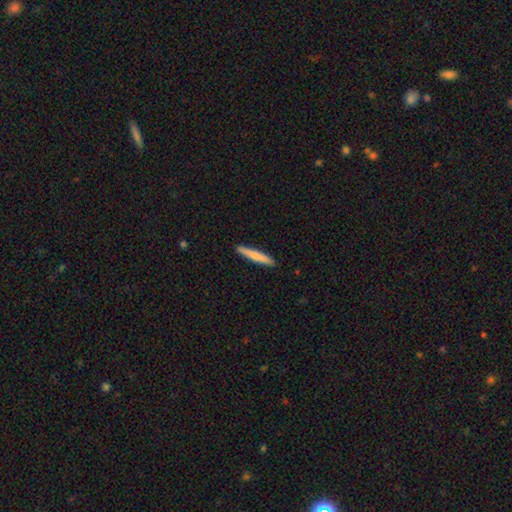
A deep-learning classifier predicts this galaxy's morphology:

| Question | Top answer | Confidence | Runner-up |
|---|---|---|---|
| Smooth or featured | smooth | 76% | featured or disk (19%) |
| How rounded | cigar-shaped | 95% | in between (4%) |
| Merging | none | 91% | minor disturbance (7%) |